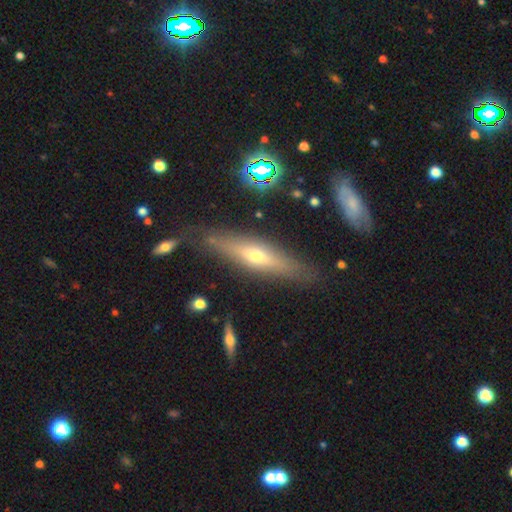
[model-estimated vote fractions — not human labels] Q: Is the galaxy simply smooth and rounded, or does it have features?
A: featured or disk — 53%.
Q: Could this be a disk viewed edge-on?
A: yes — 83%.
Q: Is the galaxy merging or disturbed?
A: none — 81%.